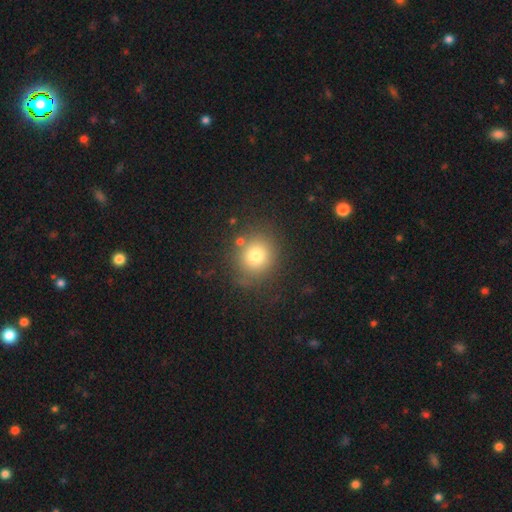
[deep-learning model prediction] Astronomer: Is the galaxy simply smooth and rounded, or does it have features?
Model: smooth — 75%.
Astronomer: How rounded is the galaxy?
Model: round — 85%.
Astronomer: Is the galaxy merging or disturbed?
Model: none — 79%.